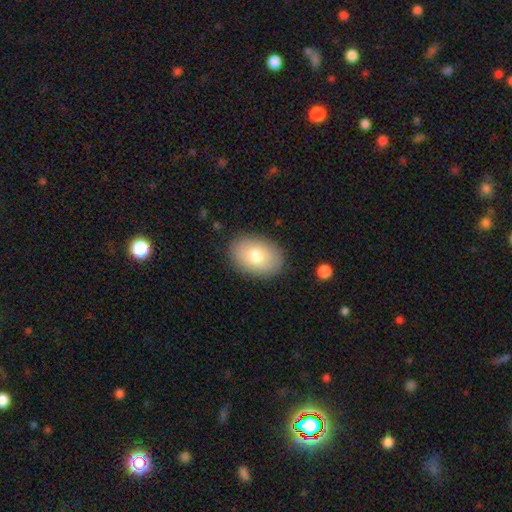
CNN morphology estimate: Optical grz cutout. It shows a smooth galaxy with no disk features (76%) that is in between round and cigar-shaped (81%). Merging: none (88%).